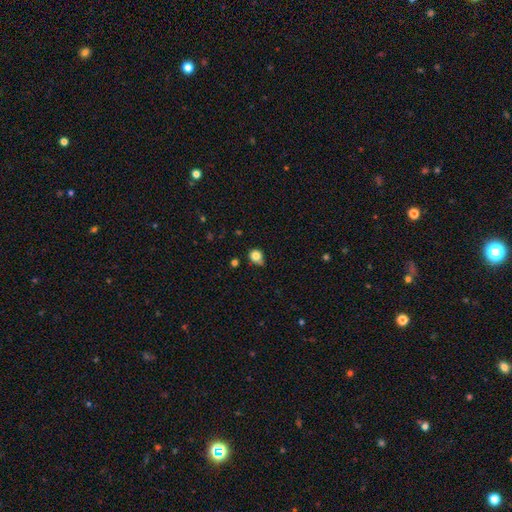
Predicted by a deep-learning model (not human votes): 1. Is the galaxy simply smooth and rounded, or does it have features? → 82% smooth, 11% star or artifact, 7% featured or disk.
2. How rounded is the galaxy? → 77% round, 22% in between, 1% cigar-shaped.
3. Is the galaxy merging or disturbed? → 56% none, 31% minor disturbance, 7% major disturbance, 6% merger.